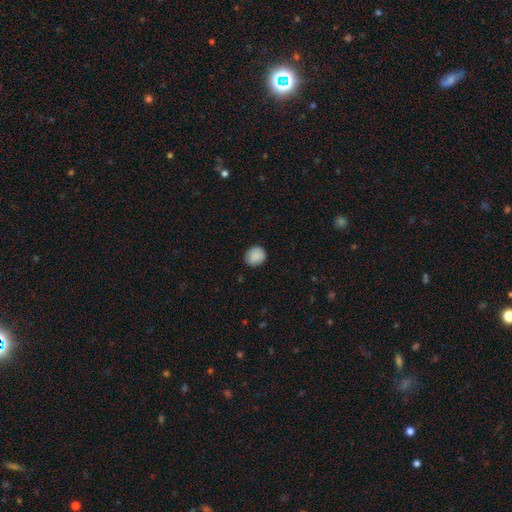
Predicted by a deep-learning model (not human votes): Q: Smooth or featured?
A: smooth (88%); runner-up: star or artifact (8%)
Q: How rounded?
A: round (77%); runner-up: in between (22%)
Q: Merging?
A: none (85%); runner-up: minor disturbance (12%)